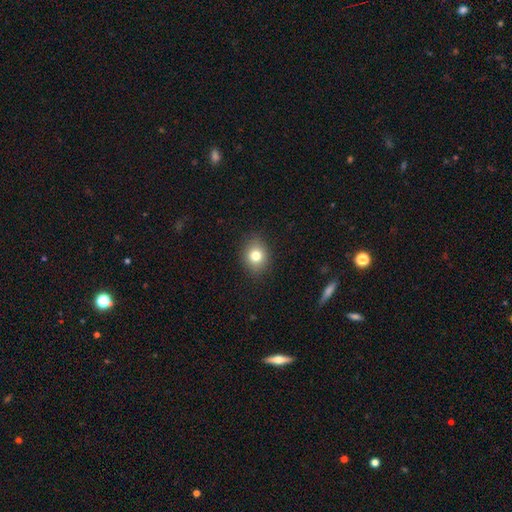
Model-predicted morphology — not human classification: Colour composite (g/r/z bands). It shows a smooth galaxy with no disk features (78%) that is round (57%). Merging: none (88%).